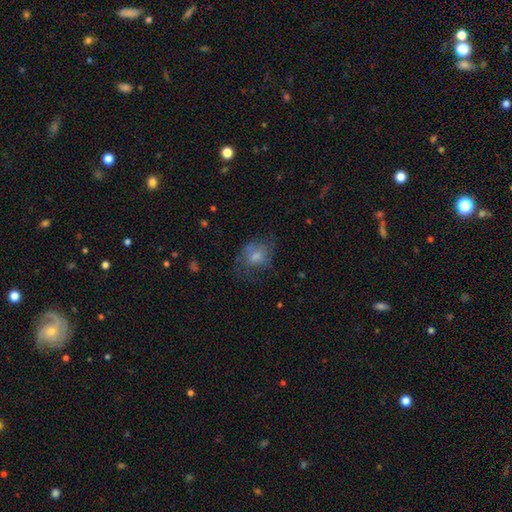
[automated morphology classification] Smooth or featured? smooth (64%)
How rounded? in between (50%)
Merging? none (47%)